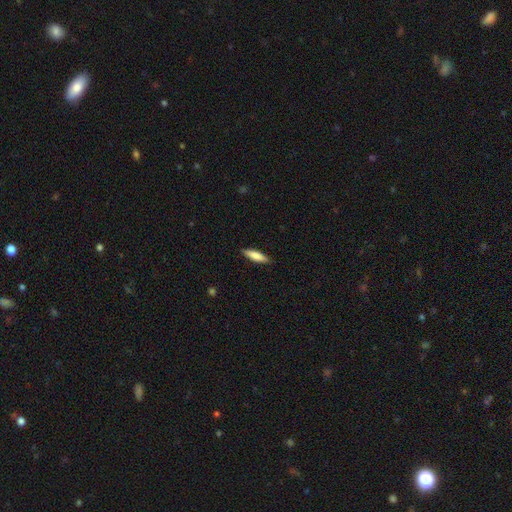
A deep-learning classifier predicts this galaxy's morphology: Smooth or featured? Predicted: smooth (p=0.81). How rounded? Predicted: cigar-shaped (p=0.66). Merging? Predicted: none (p=0.88).